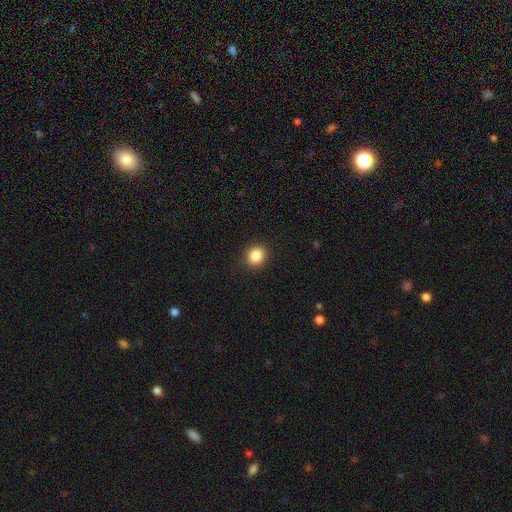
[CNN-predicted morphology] This appears to be a smooth galaxy with no disk features (86%) that is round (82%). Merging: none (91%).